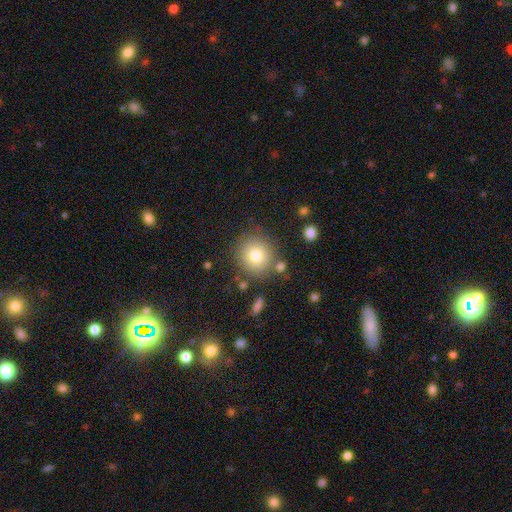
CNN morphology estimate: Overall: smooth (78%). How rounded: round (89%). Merging: none (80%).